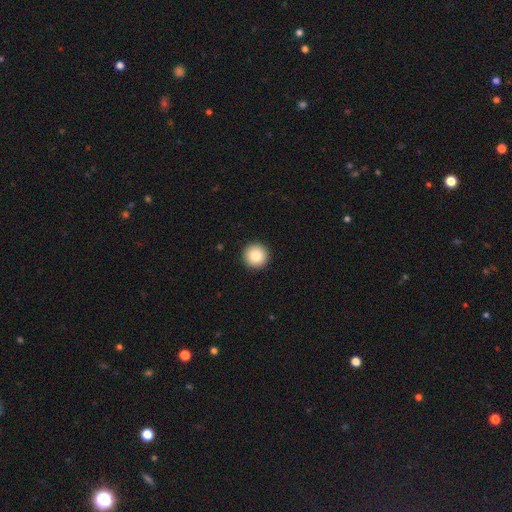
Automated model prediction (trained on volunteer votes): This is clearly a smooth galaxy (83%). How rounded: clearly round (97%). Merging: clearly none (94%).